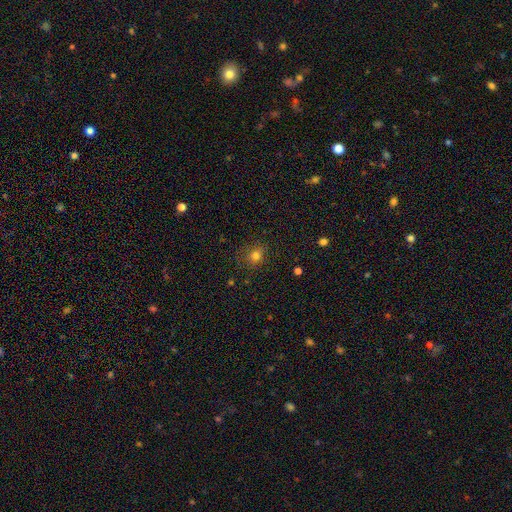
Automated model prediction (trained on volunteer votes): A smooth galaxy with no disk features (77%) that is round (75%).

Vote fractions:
- Smooth or featured? smooth: 77% / star or artifact: 16% / featured or disk: 7%
- How rounded? round: 75% / in between: 23% / cigar-shaped: 1%
- Merging? none: 81% / minor disturbance: 13% / major disturbance: 4% / merger: 2%